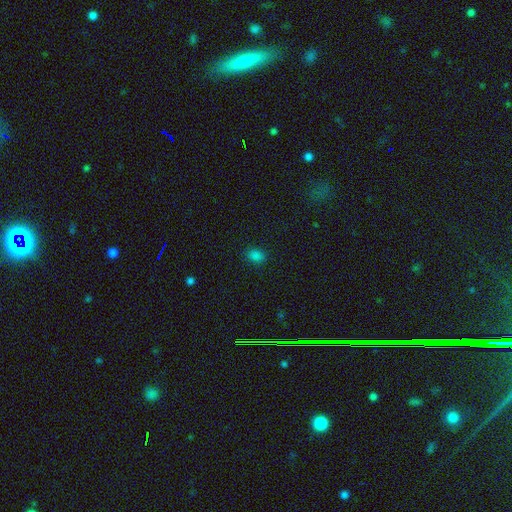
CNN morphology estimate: type=smooth (82%); roundness=in between (71%); merging=none (88%).